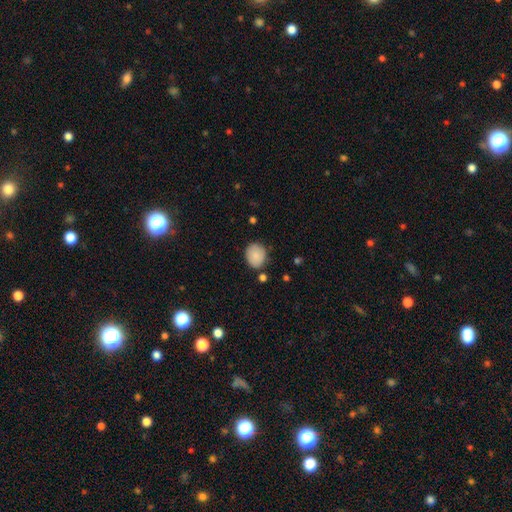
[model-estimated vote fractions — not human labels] A smooth galaxy with no disk features (87%) that is round (58%).

Vote fractions:
- Smooth or featured? smooth: 87% / star or artifact: 7% / featured or disk: 6%
- How rounded? round: 58% / in between: 41% / cigar-shaped: 1%
- Merging? none: 79% / minor disturbance: 14% / merger: 3% / major disturbance: 3%